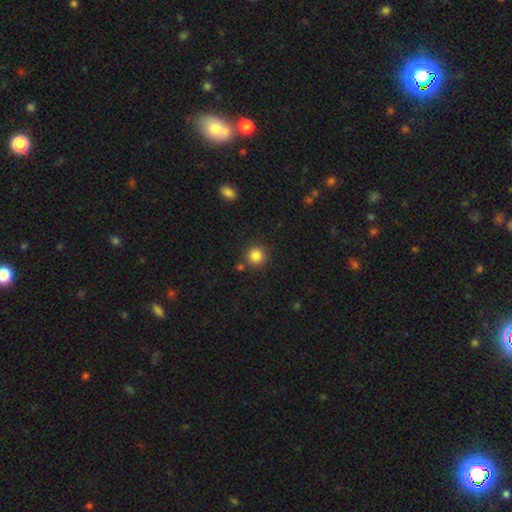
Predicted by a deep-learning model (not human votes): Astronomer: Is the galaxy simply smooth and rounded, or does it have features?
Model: smooth — 85%.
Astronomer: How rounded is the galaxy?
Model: round — 93%.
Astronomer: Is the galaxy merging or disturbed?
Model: none — 84%.